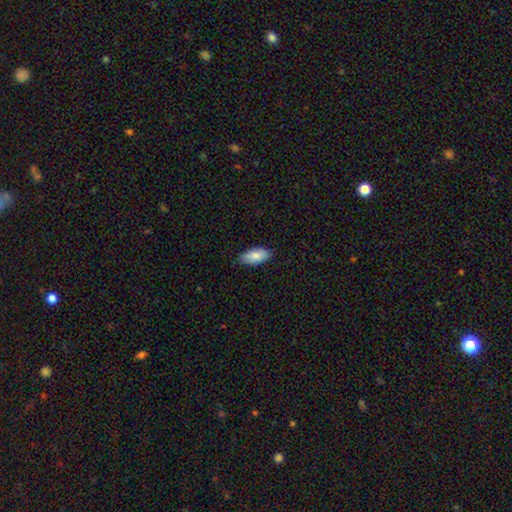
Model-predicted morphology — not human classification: smooth 83%, featured or disk 11%, star or artifact 6%. Down the decision tree: how rounded — in between (89%); merging — none (81%).